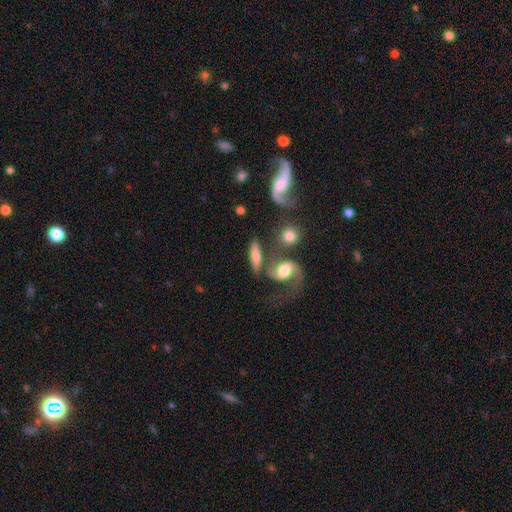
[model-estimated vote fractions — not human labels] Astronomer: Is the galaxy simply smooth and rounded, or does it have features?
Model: smooth — 51% (runner-up: featured or disk, 41%).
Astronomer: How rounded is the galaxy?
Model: in between — 47% (runner-up: cigar-shaped, 43%).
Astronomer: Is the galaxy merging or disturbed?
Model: none — 47% (runner-up: merger, 28%).